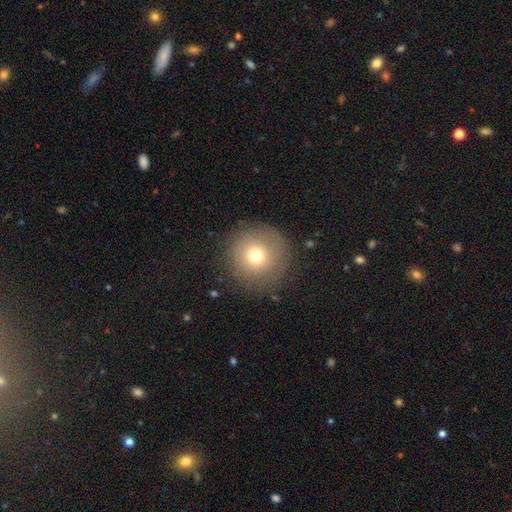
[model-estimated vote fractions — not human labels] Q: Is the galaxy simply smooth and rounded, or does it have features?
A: smooth — 72%.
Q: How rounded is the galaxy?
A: round — 95%.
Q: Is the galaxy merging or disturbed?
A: none — 85%.